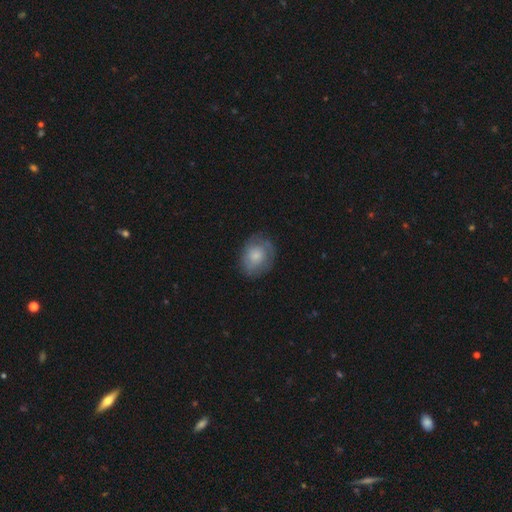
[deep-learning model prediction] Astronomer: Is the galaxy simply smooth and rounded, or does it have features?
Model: smooth — 65%.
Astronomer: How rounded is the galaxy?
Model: in between — 54% (runner-up: round, 45%).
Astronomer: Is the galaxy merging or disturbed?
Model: none — 71%.